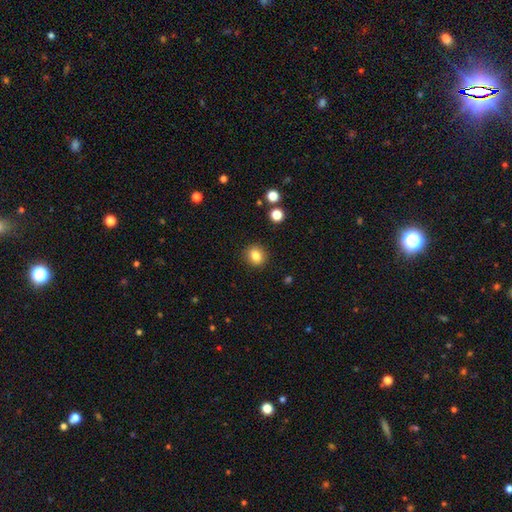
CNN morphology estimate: Smooth or featured: smooth — 84% (star or artifact — 11%)
How rounded: round — 77% (in between — 22%)
Merging: none — 90% (minor disturbance — 6%)